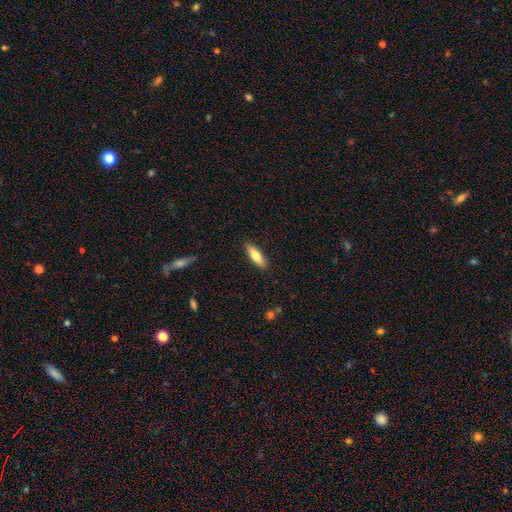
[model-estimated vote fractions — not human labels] Q: Smooth or featured?
A: smooth (72%); runner-up: featured or disk (22%)
Q: How rounded?
A: in between (50%); runner-up: cigar-shaped (48%)
Q: Merging?
A: none (88%); runner-up: minor disturbance (9%)